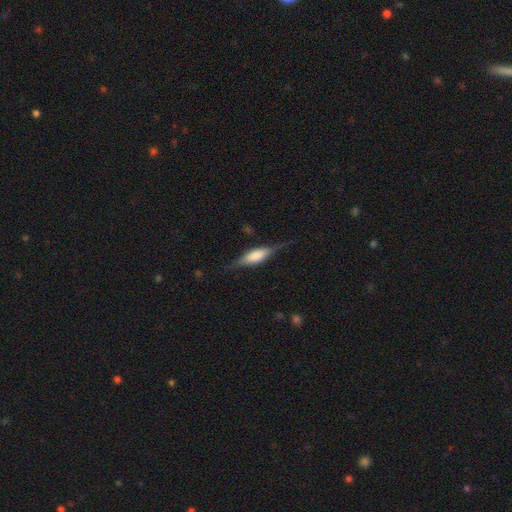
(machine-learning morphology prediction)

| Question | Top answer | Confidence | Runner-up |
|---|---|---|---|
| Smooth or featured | featured or disk | 56% | smooth (37%) |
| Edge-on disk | yes | 94% | no (6%) |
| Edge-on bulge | rounded | 52% | boxy (41%) |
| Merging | none | 76% | minor disturbance (17%) |